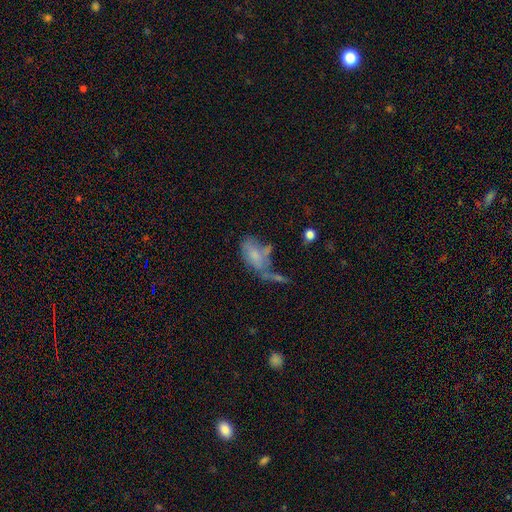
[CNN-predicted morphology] This is likely a smooth galaxy (60%). How rounded: clearly in between (90%). Merging: marginally none (29%).